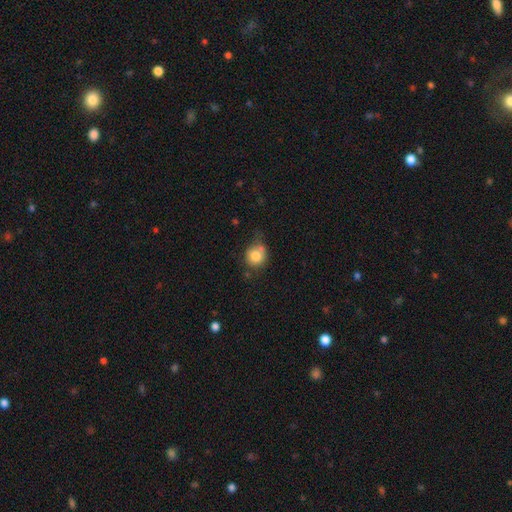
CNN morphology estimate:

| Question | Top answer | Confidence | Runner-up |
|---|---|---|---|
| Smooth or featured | smooth | 81% | featured or disk (10%) |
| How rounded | round | 80% | in between (19%) |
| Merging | none | 50% | minor disturbance (28%) |